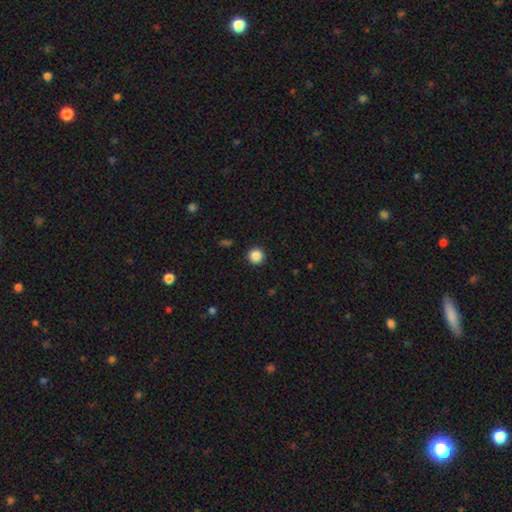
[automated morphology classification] smooth 87%, star or artifact 10%, featured or disk 3%. Down the decision tree: how rounded — round (96%); merging — none (92%).